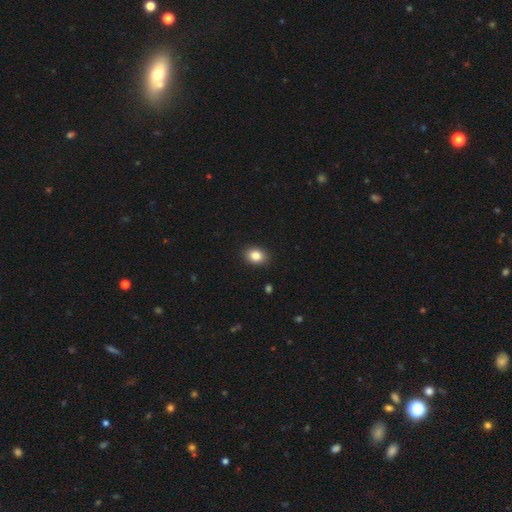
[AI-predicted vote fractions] Smooth or featured? Predicted: smooth (p=0.85). How rounded? Predicted: in between (p=0.64). Merging? Predicted: none (p=0.90).